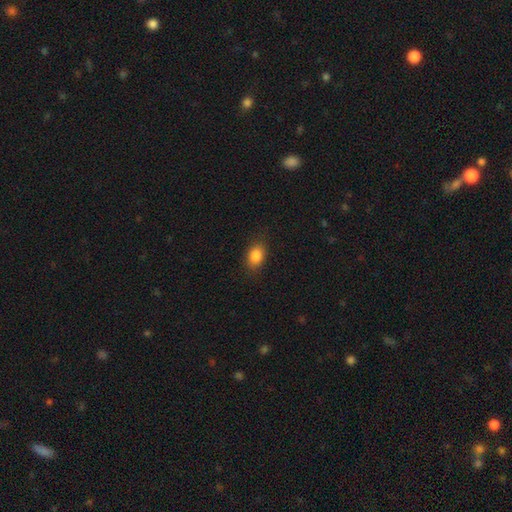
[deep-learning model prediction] A smooth galaxy with no disk features (85%) that is in between round and cigar-shaped (77%).

Vote fractions:
- Smooth or featured? smooth: 85% / star or artifact: 9% / featured or disk: 5%
- How rounded? in between: 77% / round: 21% / cigar-shaped: 2%
- Merging? none: 85% / minor disturbance: 11% / major disturbance: 3% / merger: 1%